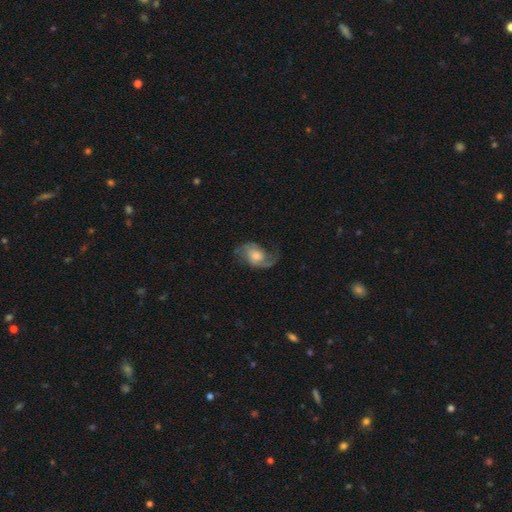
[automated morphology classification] type=featured or disk (72%); edge-on=no (97%); bar=no (66%); spiral arms=yes (92%); winding=loose (47%); arm count=2 (76%); bulge=moderate (46%); merging=none (56%).